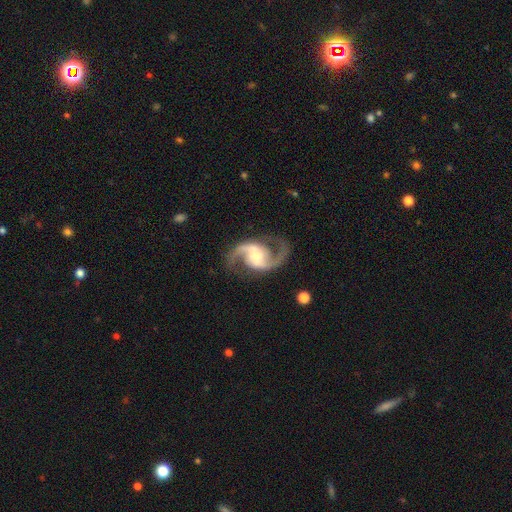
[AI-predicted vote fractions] A featured or disk galaxy (94%) with a weak bar (43%), 2 (95%) medium (56%) spiral arms (98%) and a moderate central bulge (43%). Merging: none (82%).